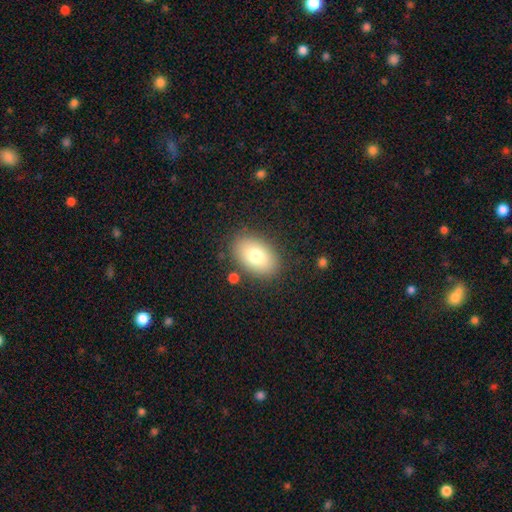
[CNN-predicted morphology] smooth_or_featured: smooth (p=0.77) [alt: featured or disk p=0.15]
how_rounded: in between (p=0.88) [alt: round p=0.10]
merging: none (p=0.84) [alt: minor disturbance p=0.10]